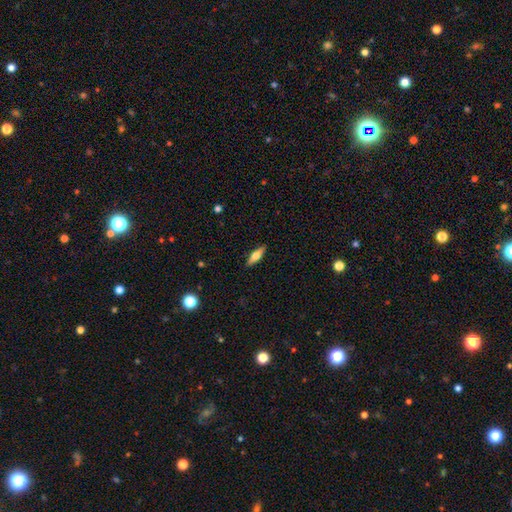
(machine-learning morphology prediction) smooth-or-featured: smooth: 51% | featured or disk: 43% | star or artifact: 6%
  how-rounded: cigar-shaped: 54% | in between: 43% | round: 3%
  merging: none: 89% | minor disturbance: 8% | major disturbance: 2% | merger: 1%